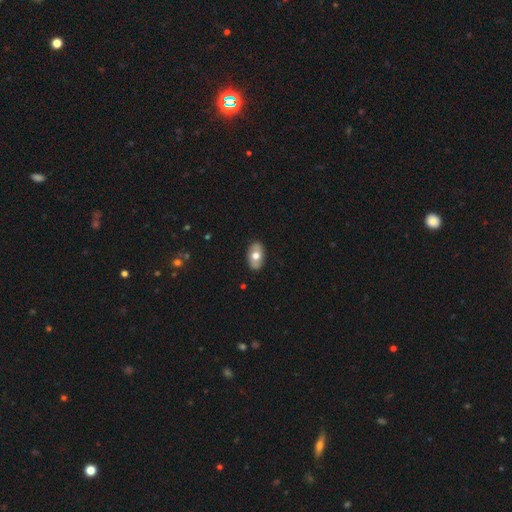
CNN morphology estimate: type=smooth (62%); roundness=in between (91%); merging=none (87%).